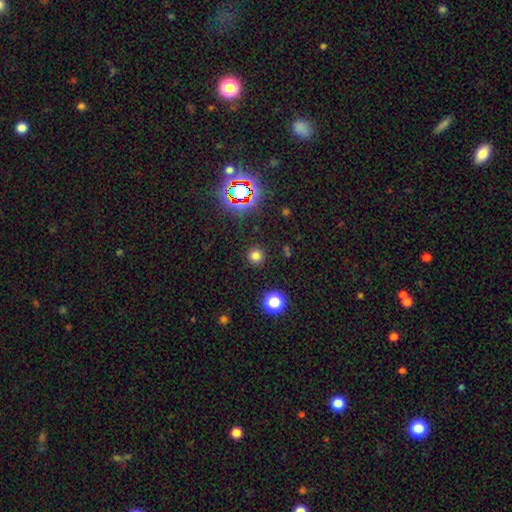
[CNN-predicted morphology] The model was most divided on "smooth or featured": smooth: 75%, star or artifact: 20%, featured or disk: 5%. More confident: how rounded — round (95%); merging — none (91%).